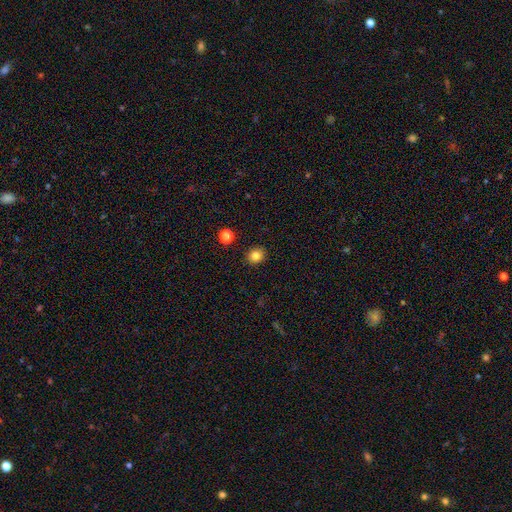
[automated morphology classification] smooth 83%, star or artifact 12%, featured or disk 5%. Down the decision tree: how rounded — round (75%); merging — none (90%).